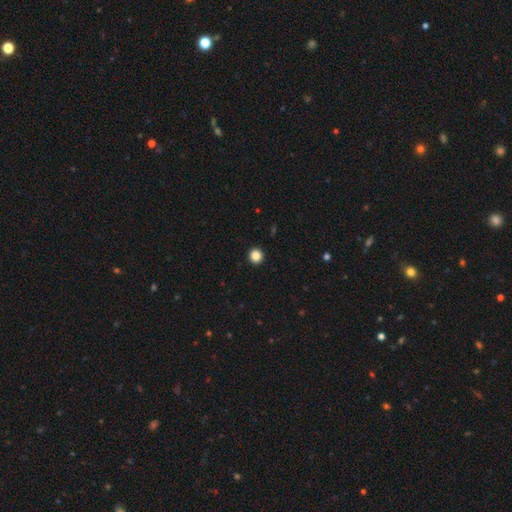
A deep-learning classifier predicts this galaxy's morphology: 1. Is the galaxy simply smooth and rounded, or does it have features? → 86% smooth, 11% star or artifact, 3% featured or disk.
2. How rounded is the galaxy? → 94% round, 5% in between, 1% cigar-shaped.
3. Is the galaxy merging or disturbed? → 94% none, 4% minor disturbance, 1% major disturbance, 1% merger.